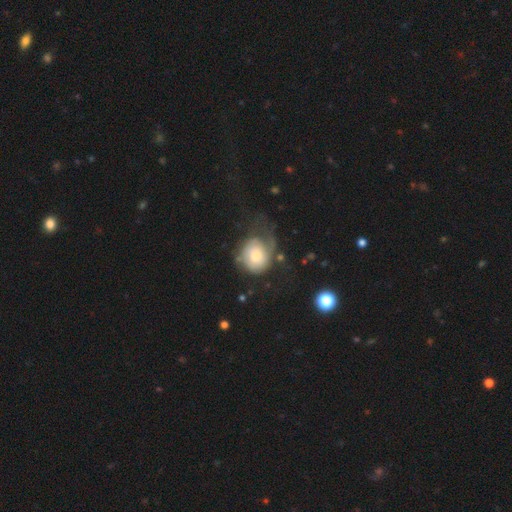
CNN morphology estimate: A smooth galaxy with no disk features (47%).

Vote fractions:
- Smooth or featured? smooth: 47% / featured or disk: 46% / star or artifact: 7%
- Merging? major disturbance: 38% / none: 34% / minor disturbance: 24% / merger: 4%